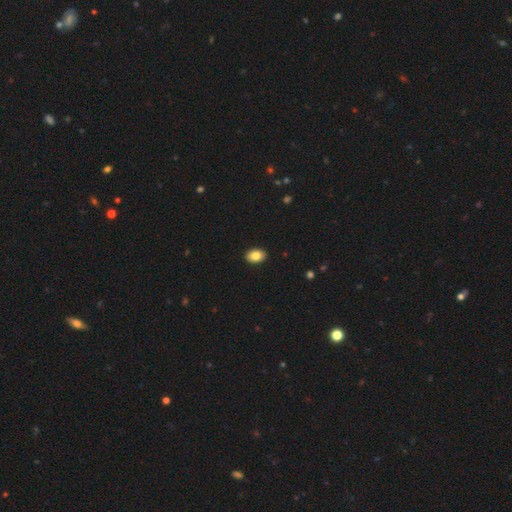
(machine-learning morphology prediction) This is clearly a smooth galaxy (84%). How rounded: clearly in between (85%). Merging: clearly none (91%).